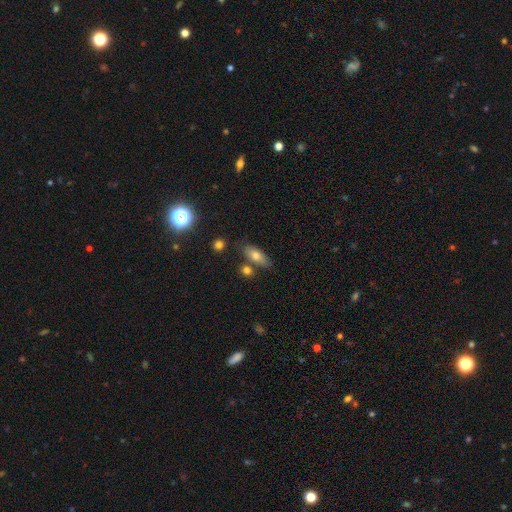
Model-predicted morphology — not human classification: Overall: smooth (71%). How rounded: in between (76%). Merging: none (70%).